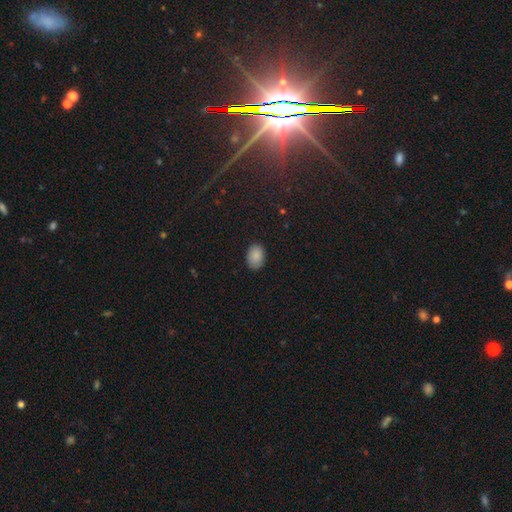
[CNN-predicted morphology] A smooth galaxy with no disk features (88%) that is in between round and cigar-shaped (84%).

Vote fractions:
- Smooth or featured? smooth: 88% / star or artifact: 8% / featured or disk: 4%
- How rounded? in between: 84% / round: 15% / cigar-shaped: 1%
- Merging? none: 86% / minor disturbance: 11% / major disturbance: 2% / merger: 1%